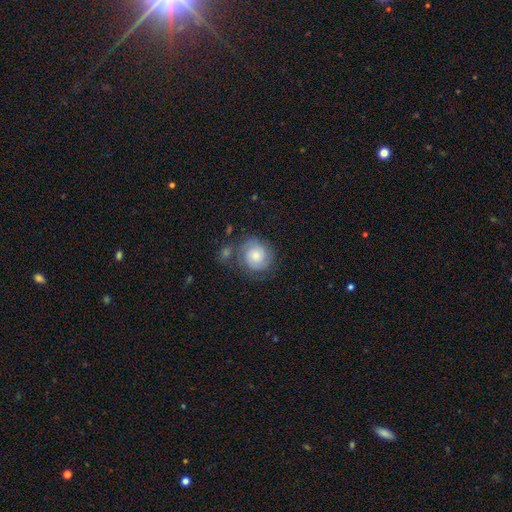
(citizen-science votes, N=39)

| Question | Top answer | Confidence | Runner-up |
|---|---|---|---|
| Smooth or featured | featured or disk | 62% | smooth (33%) |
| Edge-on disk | no | 100% | — |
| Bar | no | 83% | weak (17%) |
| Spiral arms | yes | 79% | no (21%) |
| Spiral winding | tight | 53% | medium (32%) |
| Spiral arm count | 2 | 68% | can't tell (26%) |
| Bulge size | moderate | 58% | small (33%) |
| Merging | none | 59% | minor disturbance (24%) |